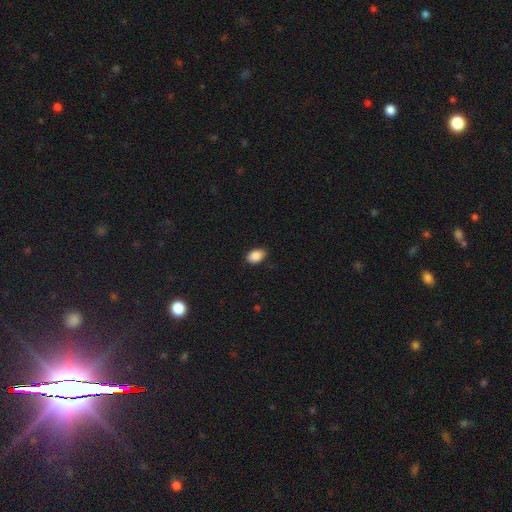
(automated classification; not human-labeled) Smooth or featured? smooth (87%)
How rounded? in between (87%)
Merging? none (83%)